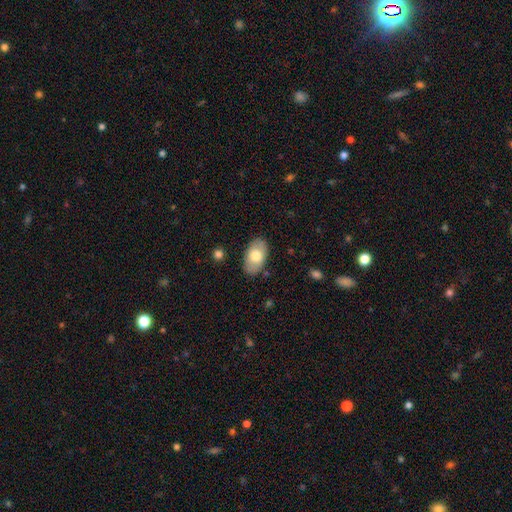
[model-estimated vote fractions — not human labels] Q: Smooth or featured?
A: smooth (70%); runner-up: featured or disk (24%)
Q: How rounded?
A: in between (93%); runner-up: round (6%)
Q: Merging?
A: none (85%); runner-up: minor disturbance (11%)